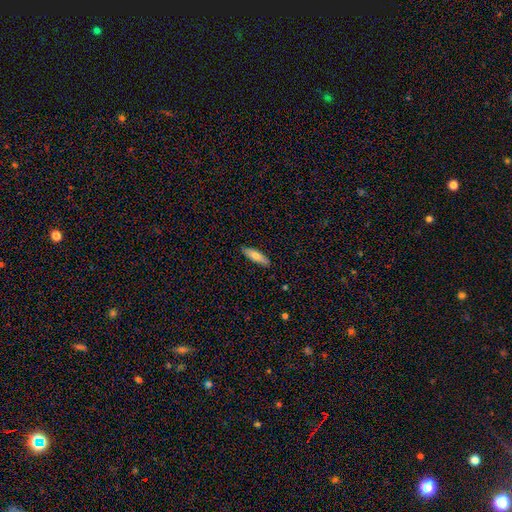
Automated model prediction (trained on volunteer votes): This is likely a smooth galaxy (74%). How rounded: possibly cigar-shaped (56%). Merging: clearly none (88%).